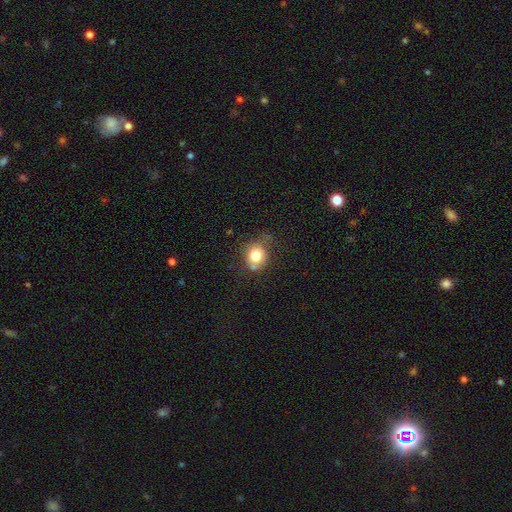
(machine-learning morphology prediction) A smooth galaxy with no disk features (78%) that is round (74%). Merging: none (61%).